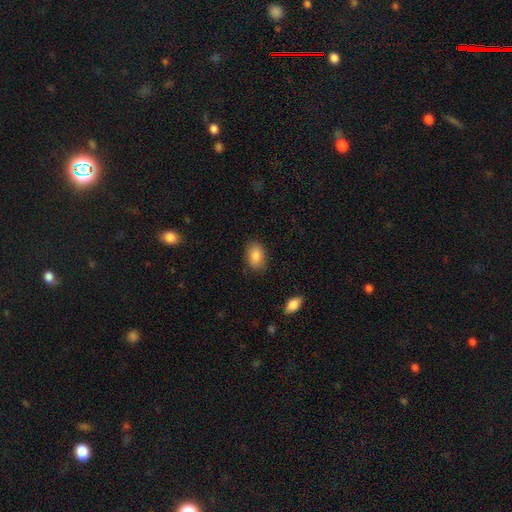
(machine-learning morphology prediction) type=smooth (86%); roundness=in between (86%); merging=none (85%).